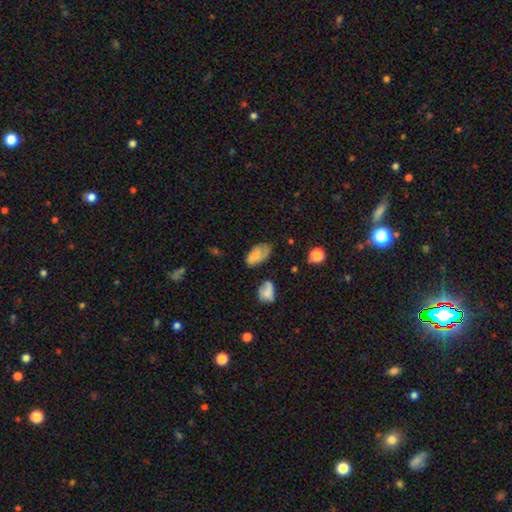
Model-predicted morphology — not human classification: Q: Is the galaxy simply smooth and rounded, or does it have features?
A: smooth — 74%.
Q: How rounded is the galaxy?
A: in between — 93%.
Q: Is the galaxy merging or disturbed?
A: none — 53%.